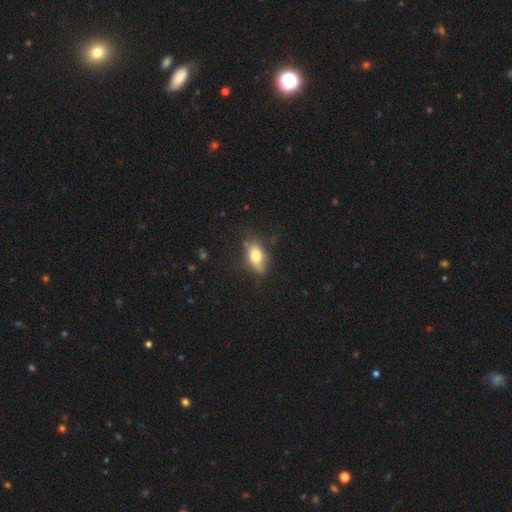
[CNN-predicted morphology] Q: Smooth or featured?
A: smooth (74%); runner-up: featured or disk (18%)
Q: How rounded?
A: in between (86%); runner-up: round (9%)
Q: Merging?
A: none (68%); runner-up: minor disturbance (24%)